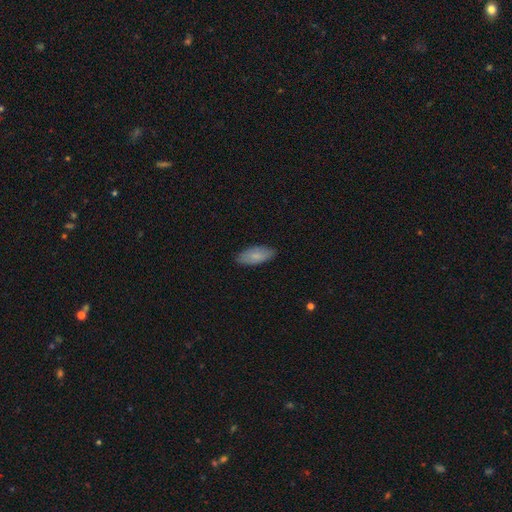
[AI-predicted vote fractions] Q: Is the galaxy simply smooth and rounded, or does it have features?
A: smooth — 81%.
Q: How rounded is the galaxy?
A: in between — 85%.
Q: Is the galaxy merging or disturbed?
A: none — 83%.